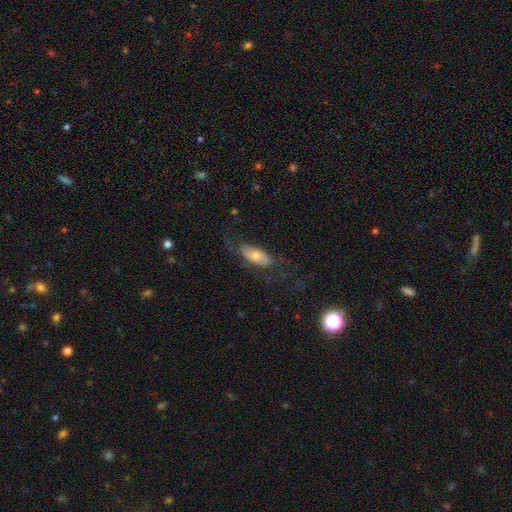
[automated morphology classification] A smooth galaxy with no disk features (46%, tied with featured or disk).

Vote fractions:
- Smooth or featured? smooth: 46% (tied) / featured or disk: 46% (tied) / star or artifact: 8%
- Merging? none: 60% / minor disturbance: 20% / major disturbance: 19% / merger: 2%